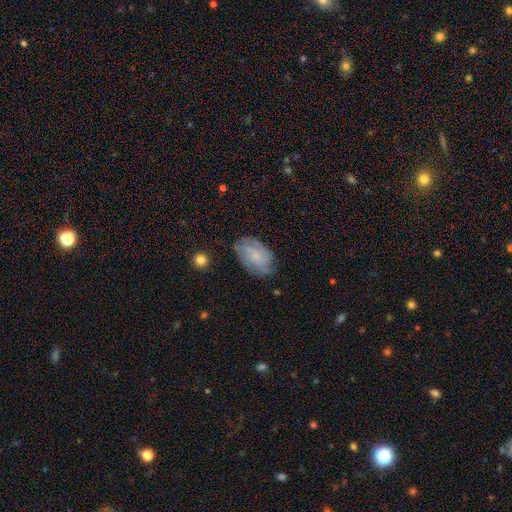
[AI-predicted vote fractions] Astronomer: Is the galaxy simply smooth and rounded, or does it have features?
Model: featured or disk — 55% (runner-up: smooth, 36%).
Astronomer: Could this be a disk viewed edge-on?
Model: no — 96%.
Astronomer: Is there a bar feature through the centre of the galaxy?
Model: no — 73%.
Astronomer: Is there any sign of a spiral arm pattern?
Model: yes — 85%.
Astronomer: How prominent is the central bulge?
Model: small — 68%.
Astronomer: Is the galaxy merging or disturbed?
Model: none — 73%.